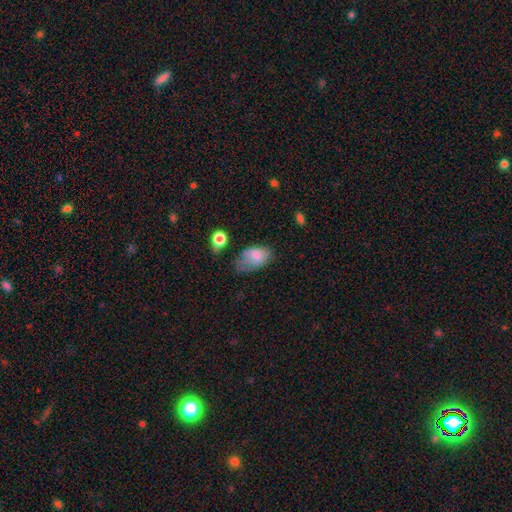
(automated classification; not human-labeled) A smooth galaxy with no disk features (77%) that is in between round and cigar-shaped (89%). Merging: minor disturbance (38%).